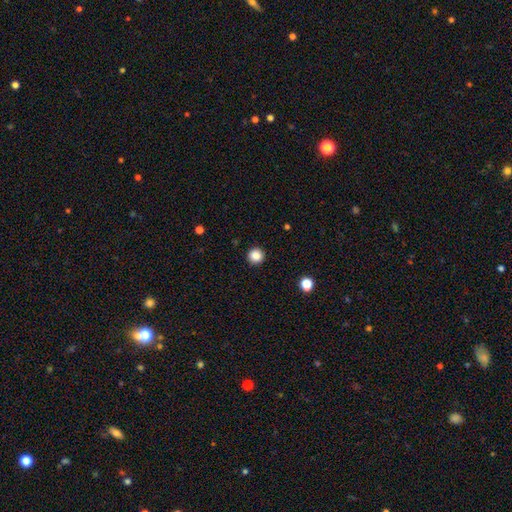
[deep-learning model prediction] Q: Smooth or featured?
A: smooth (85%); runner-up: star or artifact (11%)
Q: How rounded?
A: round (95%); runner-up: in between (4%)
Q: Merging?
A: none (93%); runner-up: minor disturbance (5%)